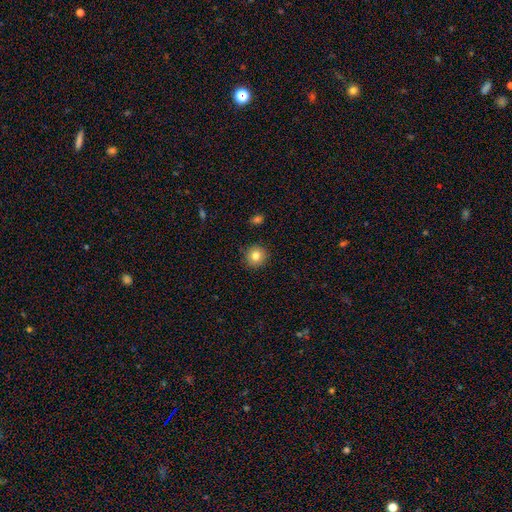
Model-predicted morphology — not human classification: Smooth or featured? Predicted: smooth (p=0.81). How rounded? Predicted: round (p=0.93). Merging? Predicted: none (p=0.90).